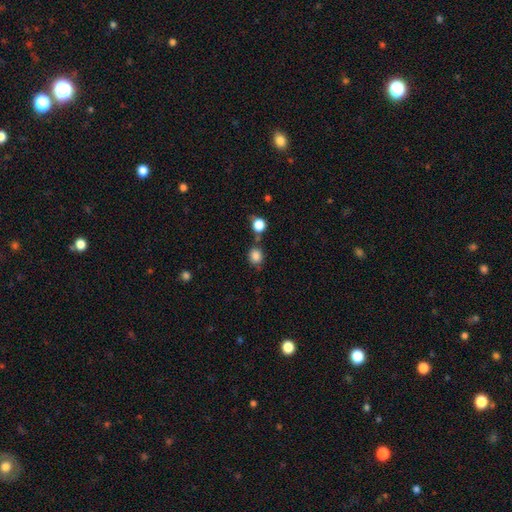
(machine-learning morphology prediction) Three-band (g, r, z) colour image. It shows a smooth galaxy with no disk features (84%) that is round (69%). Merging: none (64%).